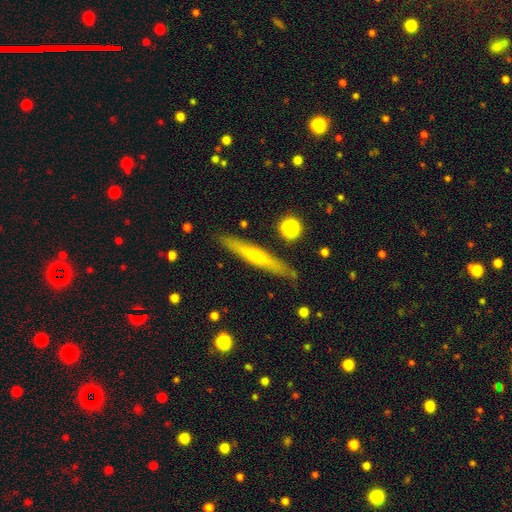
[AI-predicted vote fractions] Q: Smooth or featured?
A: featured or disk (65%); runner-up: smooth (29%)
Q: Edge-on disk?
A: yes (94%); runner-up: no (6%)
Q: Edge-on bulge?
A: rounded (76%); runner-up: none (22%)
Q: Merging?
A: none (87%); runner-up: minor disturbance (9%)